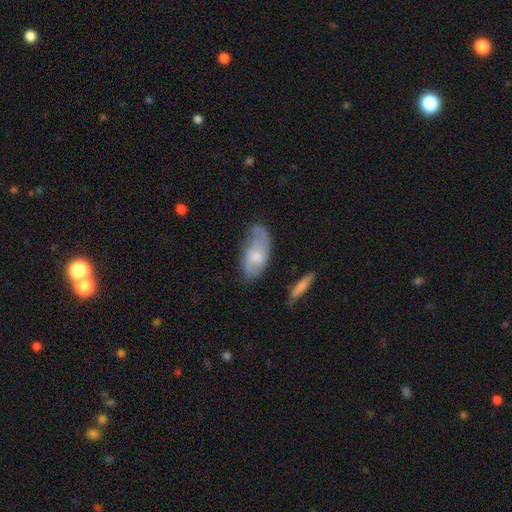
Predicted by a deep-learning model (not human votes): Q: Smooth or featured?
A: smooth (49%); runner-up: featured or disk (45%)
Q: Merging?
A: none (49%); runner-up: minor disturbance (32%)